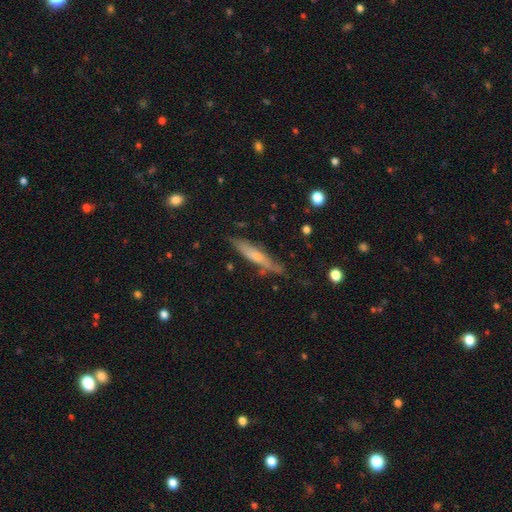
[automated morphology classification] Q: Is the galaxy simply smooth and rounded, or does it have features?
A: smooth — 49%.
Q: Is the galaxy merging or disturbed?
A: none — 72%.